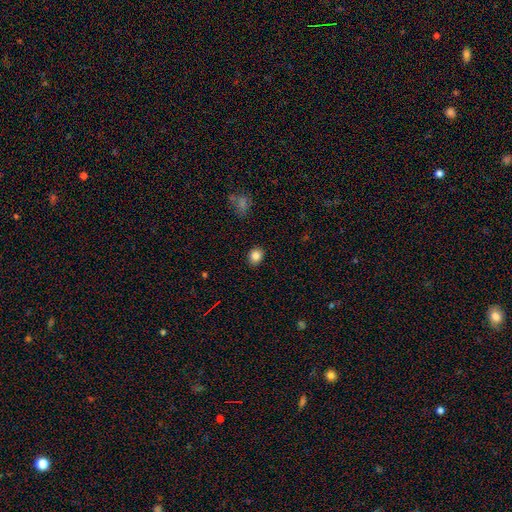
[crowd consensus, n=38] smooth-or-featured: smooth: 87% | star or artifact: 8% | featured or disk: 5%
  how-rounded: round: 76% | in between: 24% | cigar-shaped: 0%
  merging: none: 89% | minor disturbance: 11% | major disturbance: 0% | merger: 0%